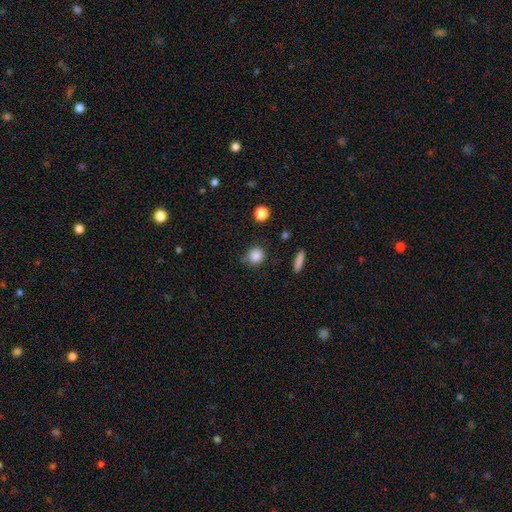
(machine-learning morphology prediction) This is clearly a smooth galaxy (85%). How rounded: clearly round (85%). Merging: likely none (74%).